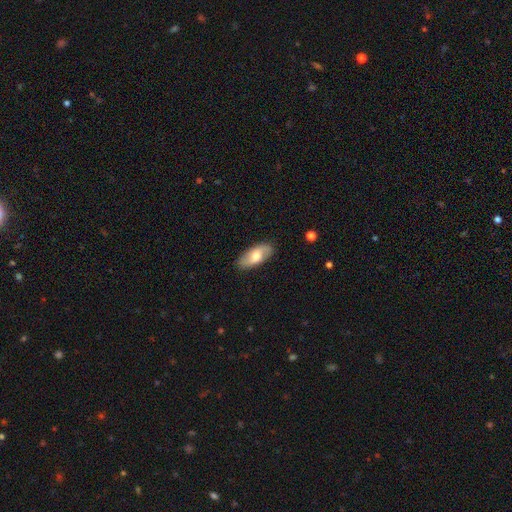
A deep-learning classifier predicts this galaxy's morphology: Smooth or featured? smooth (54%)
How rounded? in between (88%)
Merging? none (86%)